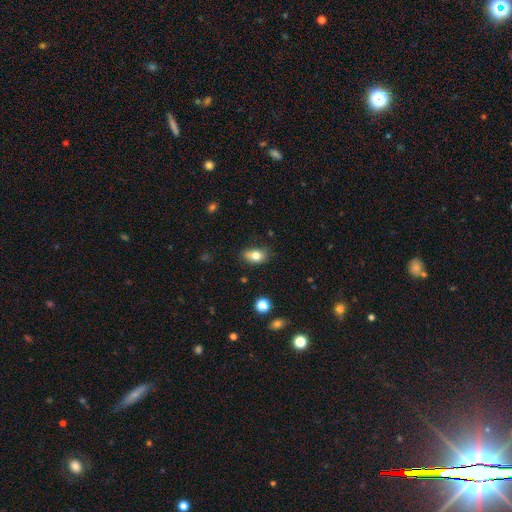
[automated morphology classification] The model was most divided on "merging": none: 73%, minor disturbance: 21%, major disturbance: 4%, merger: 2%. More confident: how rounded — in between (83%); smooth or featured — smooth (79%).